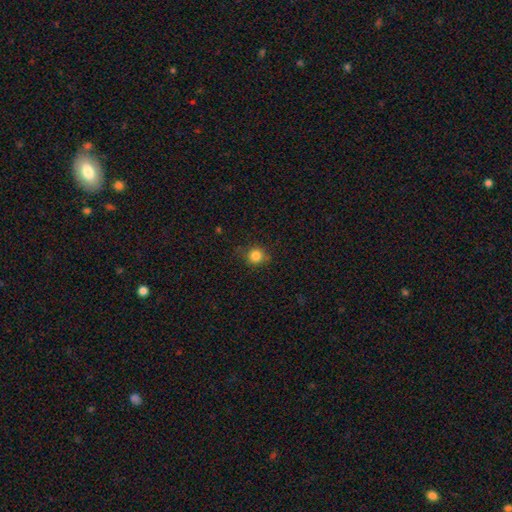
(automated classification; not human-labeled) Smooth or featured? smooth (83%)
How rounded? round (90%)
Merging? none (82%)